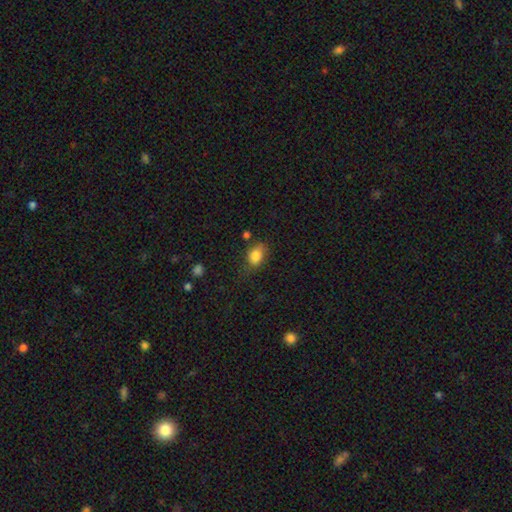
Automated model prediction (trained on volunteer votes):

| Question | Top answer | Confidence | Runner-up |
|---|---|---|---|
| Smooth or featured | smooth | 83% | star or artifact (9%) |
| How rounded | in between | 74% | round (25%) |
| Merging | none | 63% | minor disturbance (26%) |